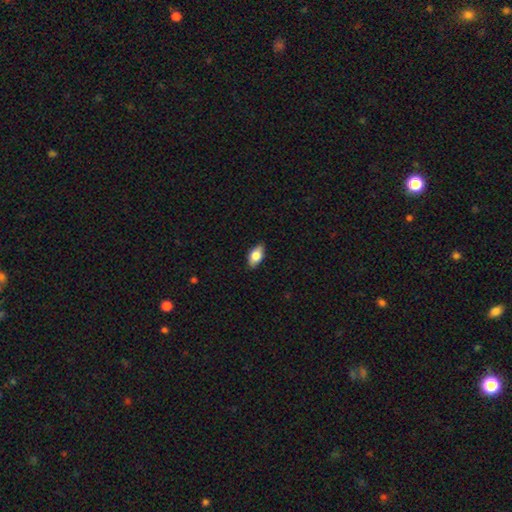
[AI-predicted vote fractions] Smooth or featured: smooth — 76% (featured or disk — 17%)
How rounded: in between — 89% (round — 5%)
Merging: none — 86% (minor disturbance — 11%)